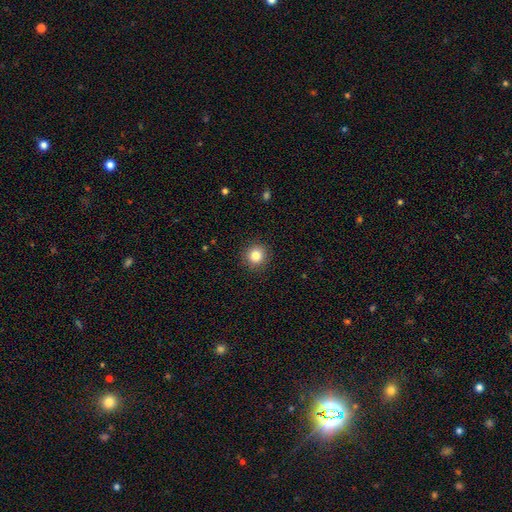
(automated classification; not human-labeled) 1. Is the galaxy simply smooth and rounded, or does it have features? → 83% smooth, 11% star or artifact, 6% featured or disk.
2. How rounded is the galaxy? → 93% round, 6% in between, 1% cigar-shaped.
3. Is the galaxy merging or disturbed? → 91% none, 6% minor disturbance, 2% major disturbance, 1% merger.